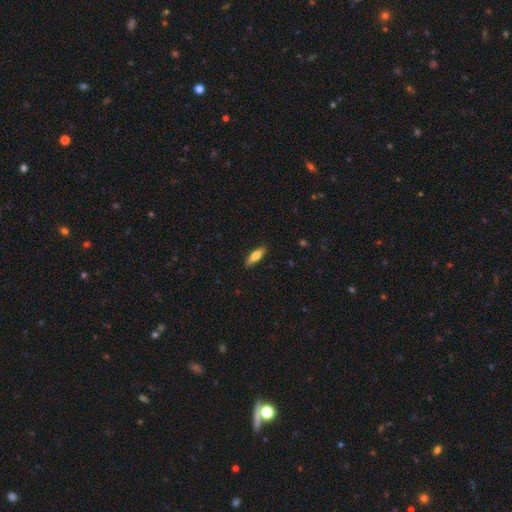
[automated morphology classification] This appears to be a smooth galaxy with no disk features (68%) that is cigar-shaped (52%). Merging: none (89%).